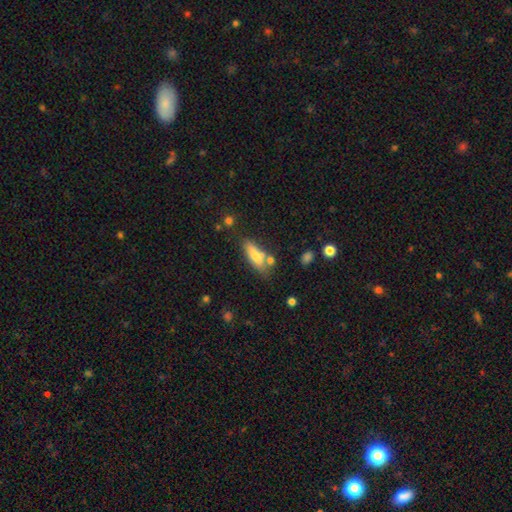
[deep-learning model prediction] smooth_or_featured: smooth (p=0.69) [alt: featured or disk p=0.23]
how_rounded: in between (p=0.53) [alt: cigar-shaped p=0.44]
merging: none (p=0.60) [alt: minor disturbance p=0.18]